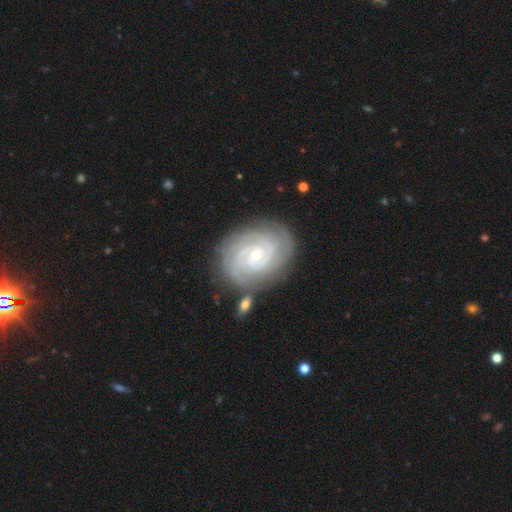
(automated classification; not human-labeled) smooth-or-featured: featured or disk: 88% | smooth: 6% | star or artifact: 5%
  disk-edge-on: no: 97% | yes: 3%
    bar: no: 62% | weak: 30% | strong: 9%
    has-spiral-arms: yes: 97% | no: 3%
      spiral-winding: tight: 80% | medium: 17% | loose: 3%
      spiral-arm-count: 2: 27% | 3: 24% | can't tell: 22% | 4: 15% | more than 4: 6% | 1: 5%
    bulge-size: small: 66% | moderate: 32% | large: 1% | none: 1% | dominant: 1%
  merging: none: 76% | minor disturbance: 15% | merger: 5% | major disturbance: 4%